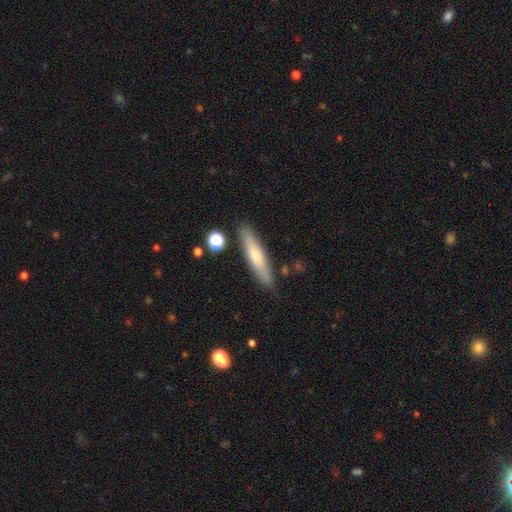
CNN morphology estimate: Smooth or featured? smooth (63%)
How rounded? cigar-shaped (86%)
Merging? none (86%)